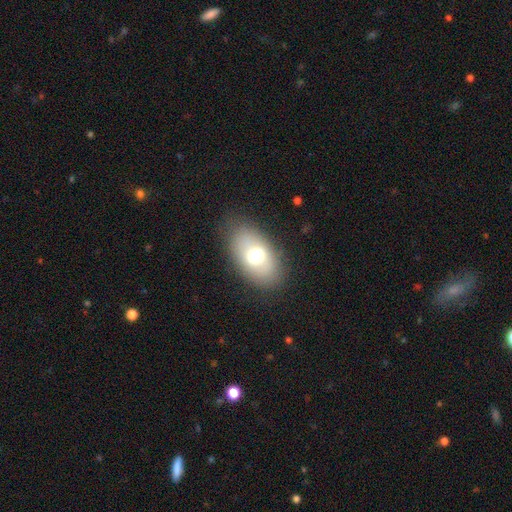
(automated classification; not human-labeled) This is likely a smooth galaxy (66%). How rounded: clearly in between (88%). Merging: clearly none (81%).